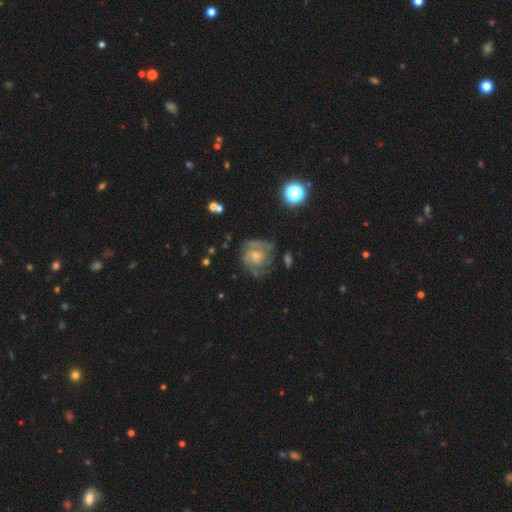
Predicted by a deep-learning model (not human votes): This is likely a featured or disk galaxy (72%). It is clearly not viewed edge-on (97%). Bar: likely no (66%). Spiral arm pattern: clearly yes (85%). Spiral arm count: marginally can't tell (37%). Spiral winding: possibly tight (51%). Central bulge: possibly small (58%). Merging: possibly none (59%).